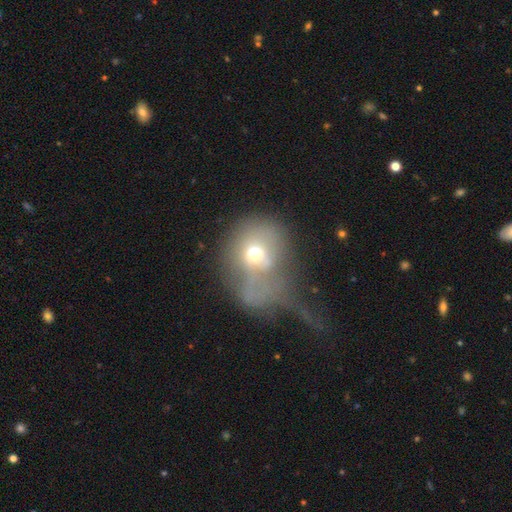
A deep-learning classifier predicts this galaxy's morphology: Smooth or featured? Predicted: smooth (p=0.55). How rounded? Predicted: round (p=0.64). Merging? Predicted: major disturbance (p=0.53).